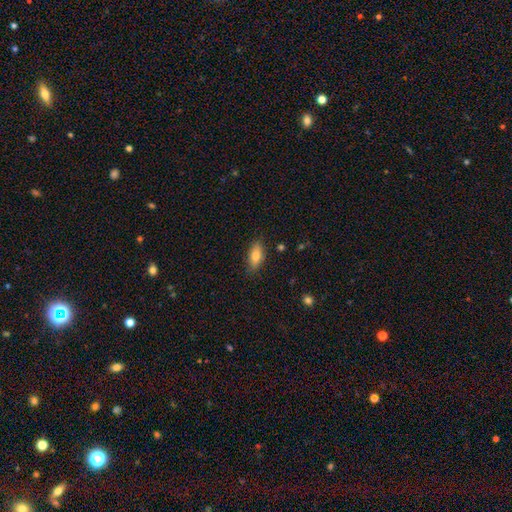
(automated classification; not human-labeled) A smooth galaxy with no disk features (75%) that is in between round and cigar-shaped (80%). Merging: none (82%).